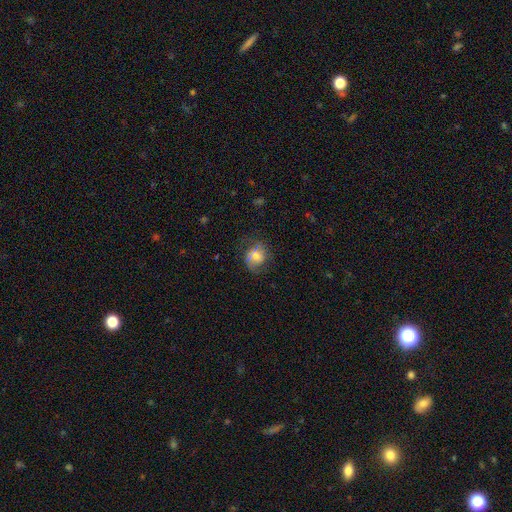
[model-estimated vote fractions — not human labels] This appears to be a smooth galaxy with no disk features (53%) that is round (58%). Merging: none (58%).